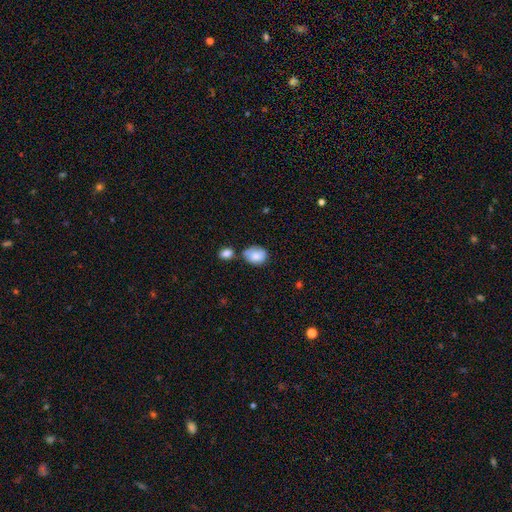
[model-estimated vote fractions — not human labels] smooth_or_featured: smooth (p=0.81) [alt: featured or disk p=0.12]
how_rounded: in between (p=0.61) [alt: round p=0.38]
merging: none (p=0.47) [alt: minor disturbance p=0.26]